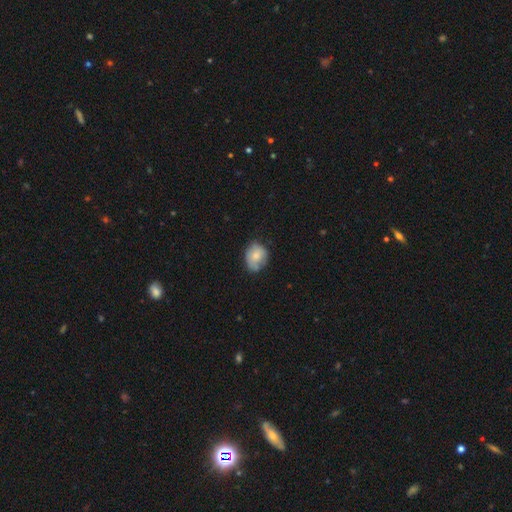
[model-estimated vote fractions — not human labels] smooth_or_featured: smooth (p=0.74) [alt: featured or disk p=0.18]
how_rounded: in between (p=0.53) [alt: round p=0.46]
merging: none (p=0.56) [alt: minor disturbance p=0.34]